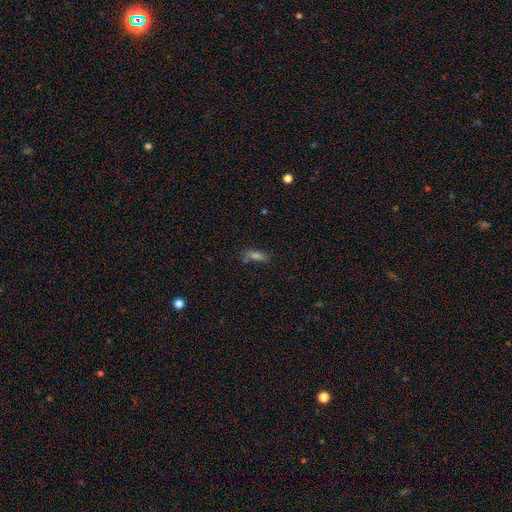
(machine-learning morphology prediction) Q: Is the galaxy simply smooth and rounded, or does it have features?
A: smooth — 60%.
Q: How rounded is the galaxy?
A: in between — 59%.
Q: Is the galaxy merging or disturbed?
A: none — 65%.